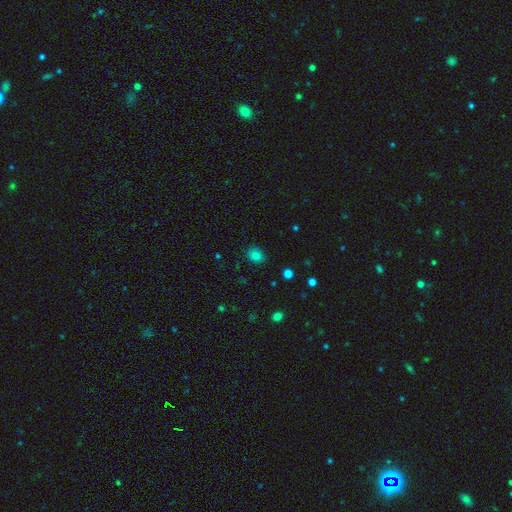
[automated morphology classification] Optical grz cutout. It shows a smooth galaxy with no disk features (80%) that is in between round and cigar-shaped (50%). Merging: none (85%).